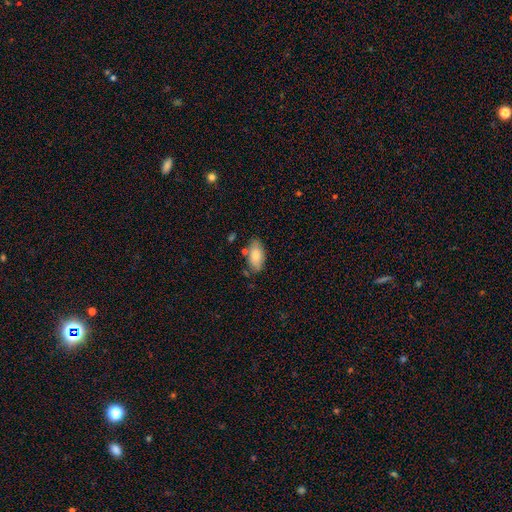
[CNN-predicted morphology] Overall: smooth (81%). How rounded: in between (93%). Merging: none (71%).